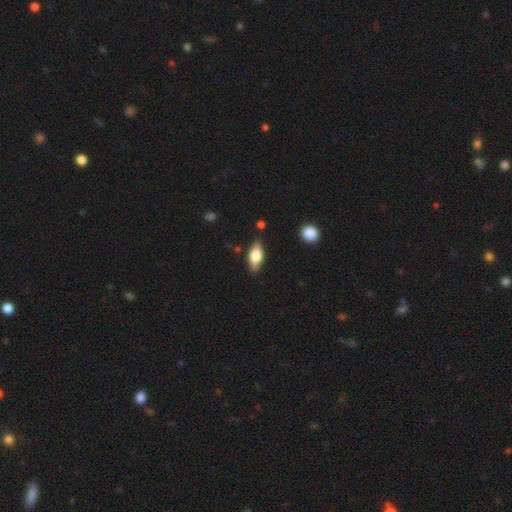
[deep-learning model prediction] Smooth or featured? smooth (65%)
How rounded? in between (79%)
Merging? none (82%)